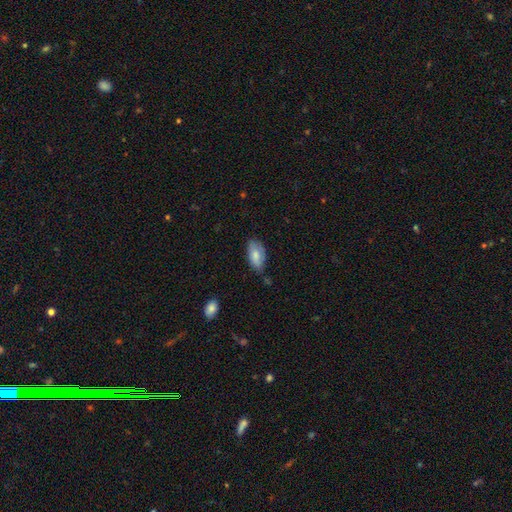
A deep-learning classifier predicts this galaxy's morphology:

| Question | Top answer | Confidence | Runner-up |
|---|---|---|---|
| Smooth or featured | smooth | 76% | featured or disk (18%) |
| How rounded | in between | 92% | cigar-shaped (5%) |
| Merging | none | 63% | minor disturbance (29%) |